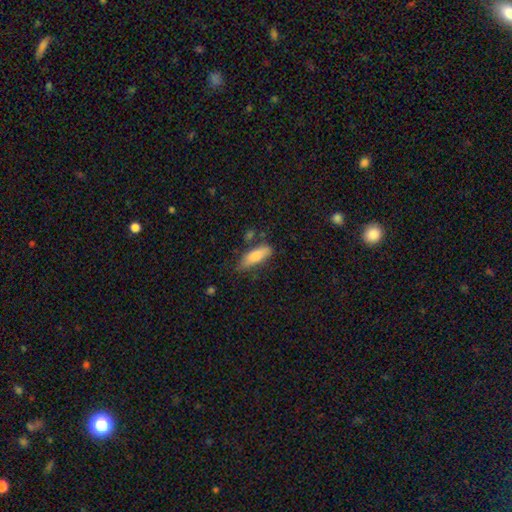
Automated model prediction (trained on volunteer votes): Overall: smooth (75%). How rounded: in between (56%; cigar-shaped 42%). Merging: none (64%; minor disturbance 24%).